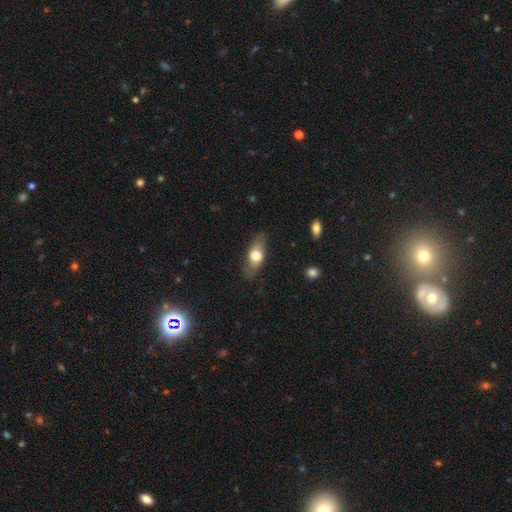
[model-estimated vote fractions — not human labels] This is likely a smooth galaxy (64%). How rounded: likely in between (73%). Merging: clearly none (81%).